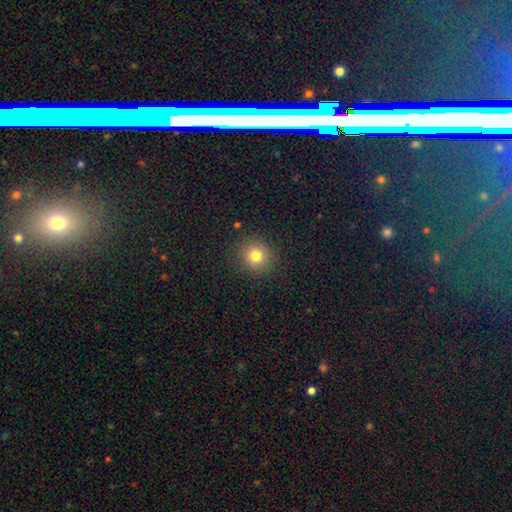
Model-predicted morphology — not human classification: smooth 79%, star or artifact 13%, featured or disk 7%. Down the decision tree: how rounded — round (89%); merging — none (89%).